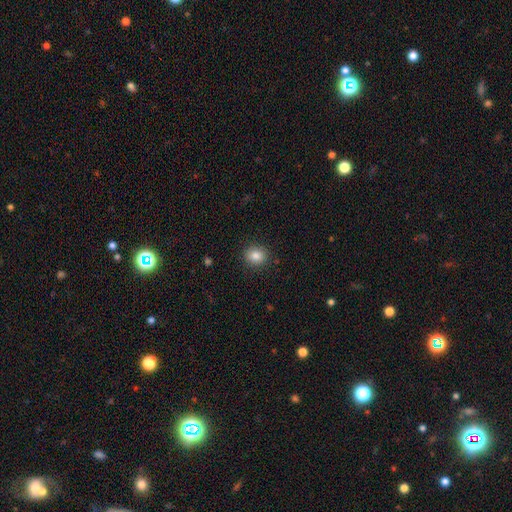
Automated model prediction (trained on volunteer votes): This is clearly a smooth galaxy (84%). How rounded: likely round (70%). Merging: clearly none (90%).